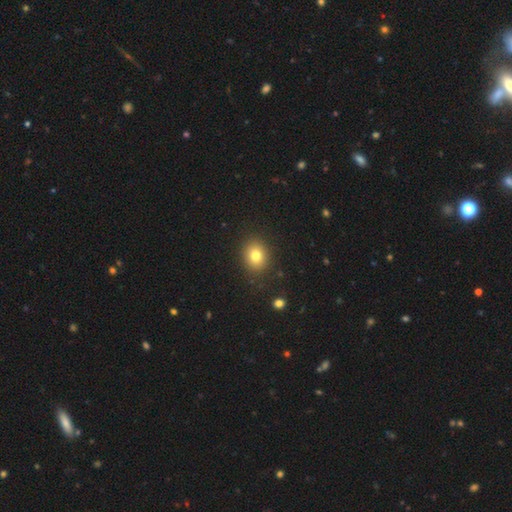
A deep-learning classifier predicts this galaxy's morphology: This appears to be a smooth galaxy with no disk features (79%) that is round (65%). Merging: none (88%).